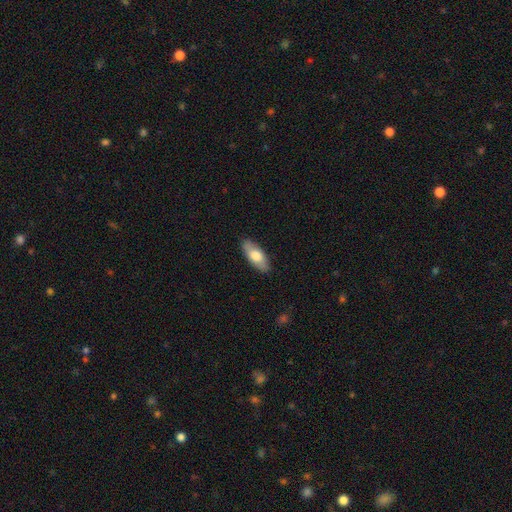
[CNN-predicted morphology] Smooth or featured? Predicted: smooth (p=0.71). How rounded? Predicted: in between (p=0.80). Merging? Predicted: none (p=0.87).